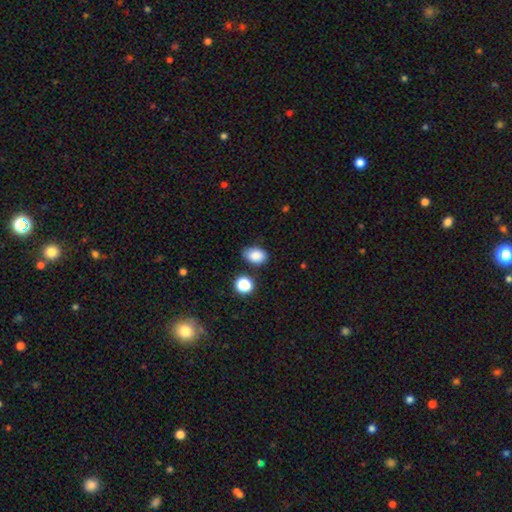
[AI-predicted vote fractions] A smooth galaxy with no disk features (85%) that is in between round and cigar-shaped (82%). Merging: none (76%).